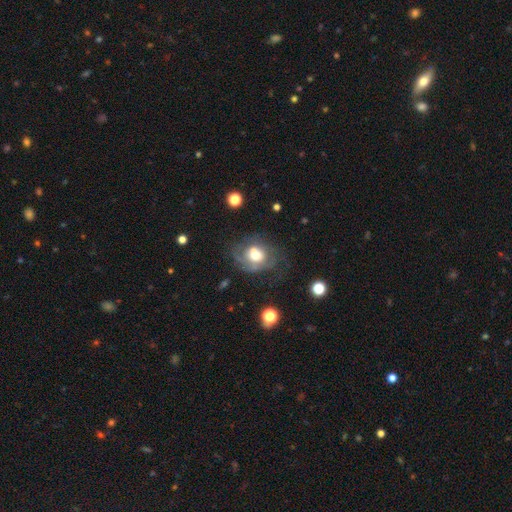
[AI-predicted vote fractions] A featured or disk galaxy (56%) with no bar (77%), spiral arms (60%) and a moderate central bulge (50%).

Vote fractions:
- Smooth or featured? featured or disk: 56% / smooth: 33% / star or artifact: 10%
- Edge-on disk? no: 97% / yes: 3%
- Bar? no: 77% / weak: 19% / strong: 4%
- Spiral arms? yes: 60% / no: 40%
- Bulge size? moderate: 50% / large: 33% / small: 10% / dominant: 4% / none: 3%
- Merging? none: 36% / major disturbance: 24% / minor disturbance: 20% / merger: 20%